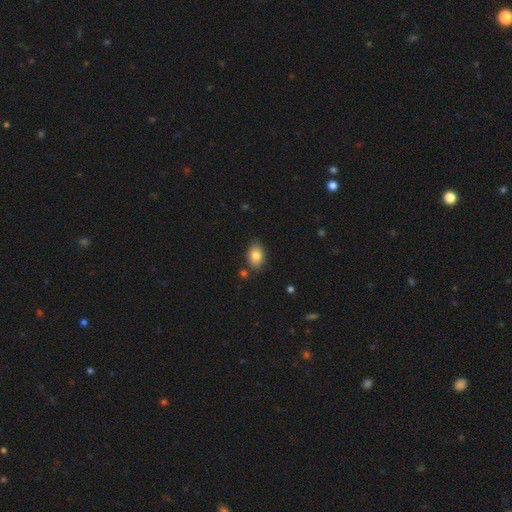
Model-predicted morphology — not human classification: Smooth or featured? smooth (81%)
How rounded? in between (82%)
Merging? none (80%)